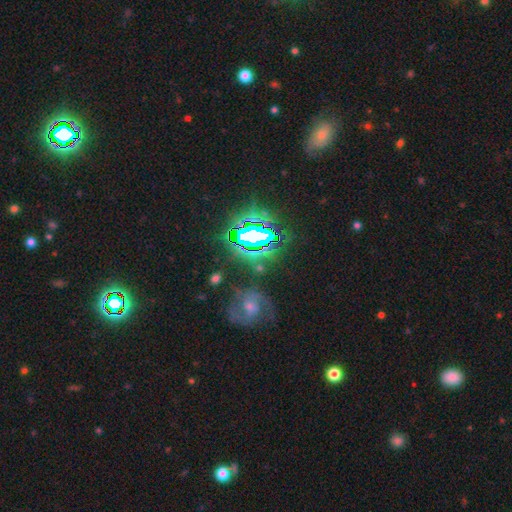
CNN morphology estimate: type=star or artifact (60%).